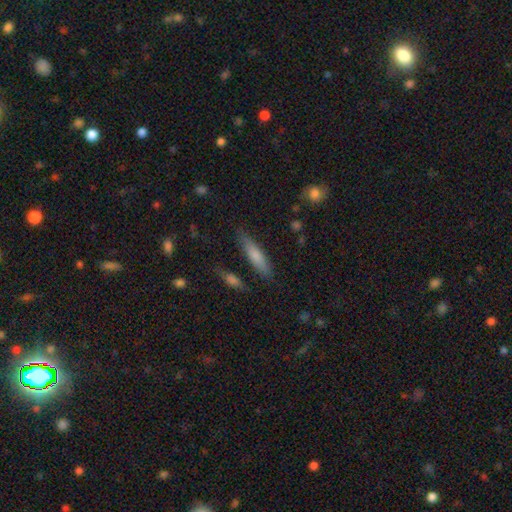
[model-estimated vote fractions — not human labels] Q: Smooth or featured?
A: smooth (72%); runner-up: featured or disk (21%)
Q: How rounded?
A: cigar-shaped (77%); runner-up: in between (21%)
Q: Merging?
A: none (80%); runner-up: minor disturbance (13%)